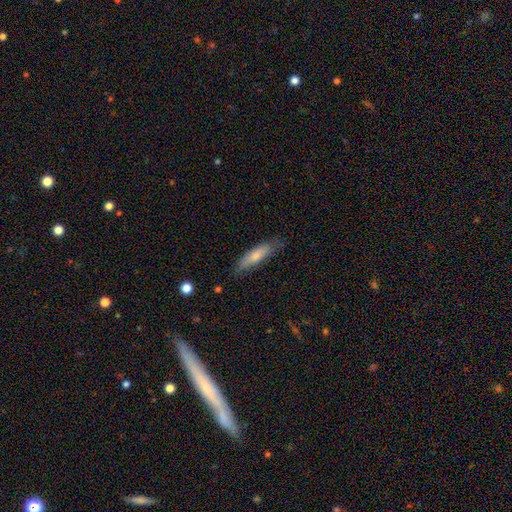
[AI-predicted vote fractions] Overall: smooth (76%). How rounded: cigar-shaped (66%; in between 32%). Merging: none (72%).